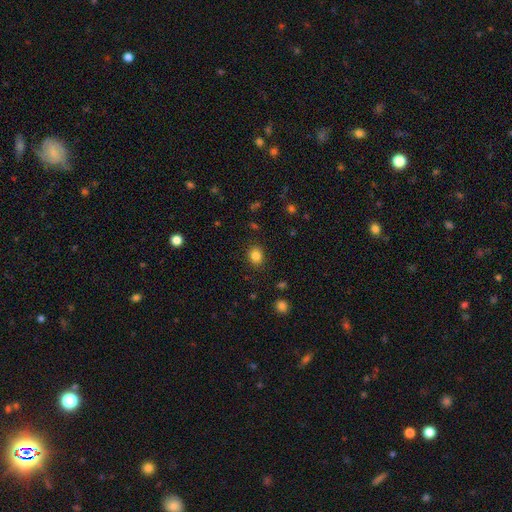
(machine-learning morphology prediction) smooth_or_featured: smooth (p=0.84) [alt: star or artifact p=0.11]
how_rounded: round (p=0.63) [alt: in between p=0.37]
merging: none (p=0.87) [alt: minor disturbance p=0.09]